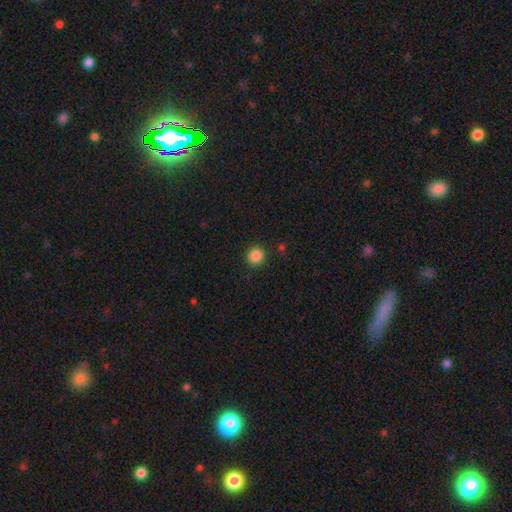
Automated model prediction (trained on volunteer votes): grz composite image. It shows a smooth galaxy with no disk features (86%) that is round (92%). Merging: none (90%).